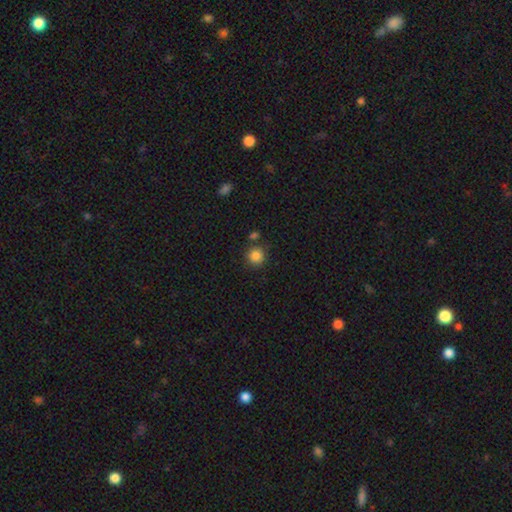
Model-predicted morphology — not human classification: smooth_or_featured: smooth (p=0.85) [alt: star or artifact p=0.10]
how_rounded: round (p=0.93) [alt: in between p=0.06]
merging: none (p=0.79) [alt: minor disturbance p=0.09]